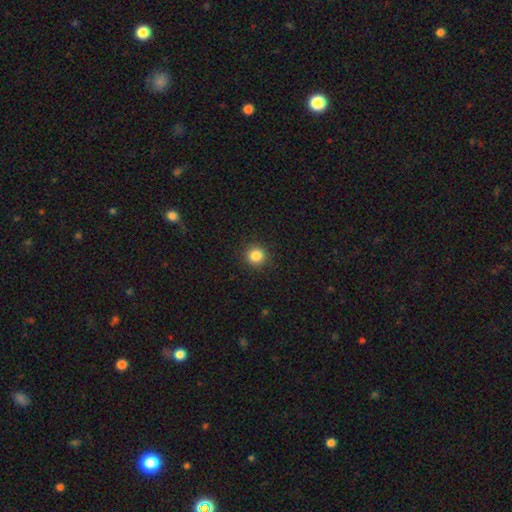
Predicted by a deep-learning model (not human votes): Morphology: type=smooth (85%); roundness=round (94%); merging=none (92%).